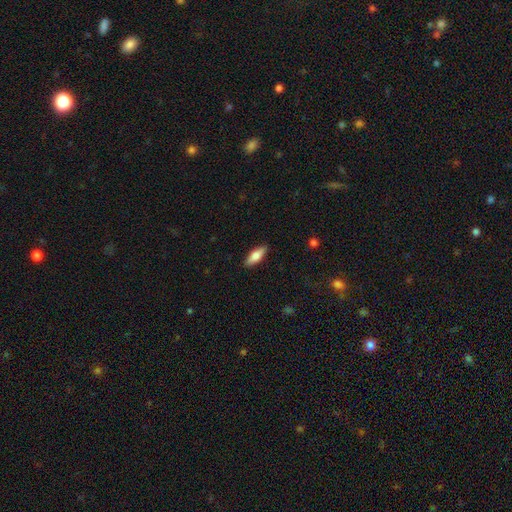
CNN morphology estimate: Smooth or featured?
  - smooth: 70% *
  - featured or disk: 24%
  - star or artifact: 6%
How rounded?
  - in between: 61% *
  - cigar-shaped: 37%
  - round: 2%
Merging?
  - none: 89% *
  - minor disturbance: 8%
  - major disturbance: 2%
  - merger: 1%